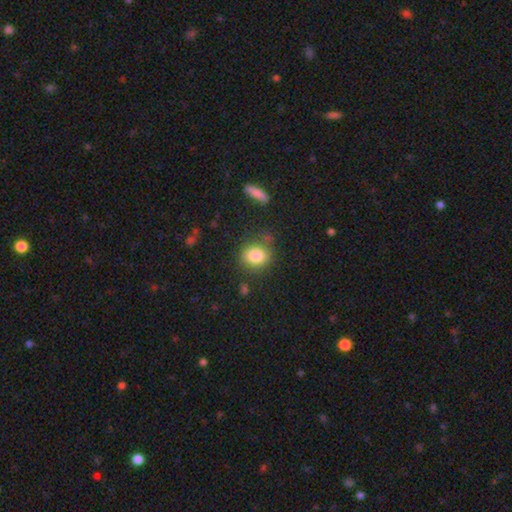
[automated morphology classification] smooth 83%, star or artifact 10%, featured or disk 7%. Down the decision tree: how rounded — round (57%); merging — none (75%).